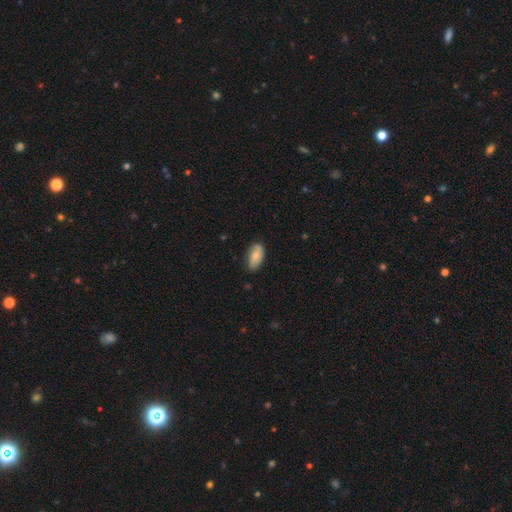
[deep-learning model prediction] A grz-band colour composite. It shows a smooth galaxy with no disk features (82%) that is in between round and cigar-shaped (92%). Merging: none (80%).